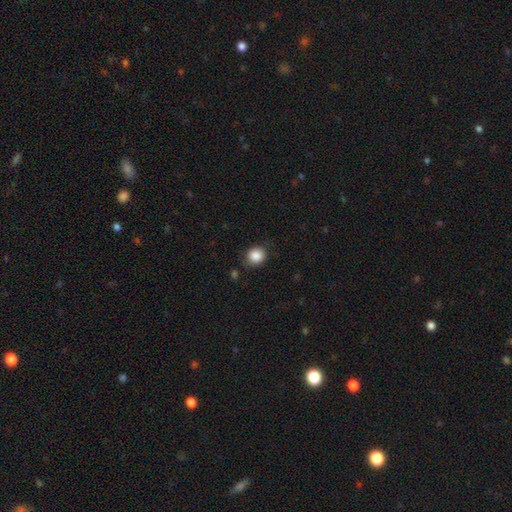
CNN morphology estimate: The model was most divided on "how rounded": round: 81%, in between: 18%, cigar-shaped: 1%. More confident: smooth or featured — smooth (87%); merging — none (84%).